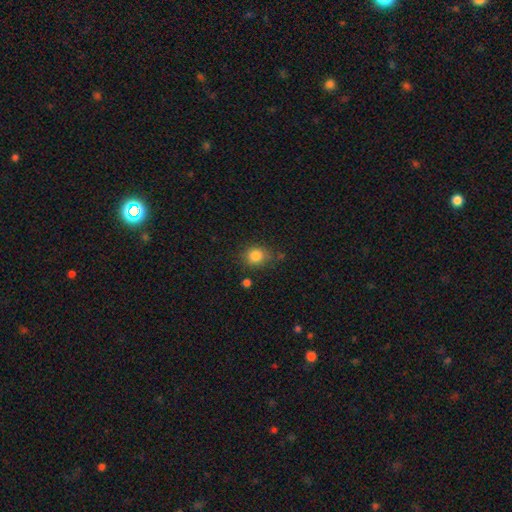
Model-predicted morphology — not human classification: Overall: smooth (84%). How rounded: round (70%). Merging: none (74%).